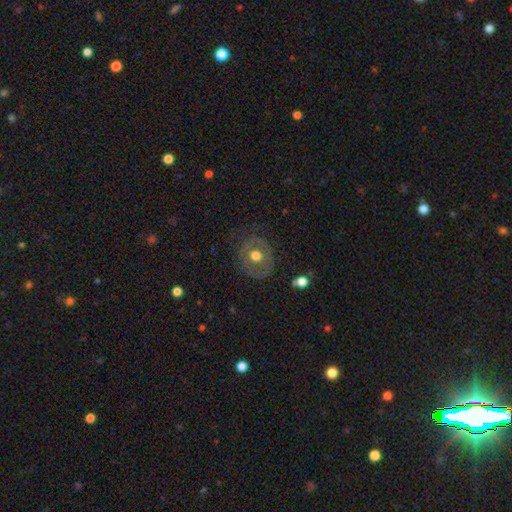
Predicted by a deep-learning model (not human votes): Smooth or featured?
  - smooth: 49% *
  - featured or disk: 43%
  - star or artifact: 8%
Merging?
  - none: 77% *
  - minor disturbance: 15%
  - major disturbance: 7%
  - merger: 1%